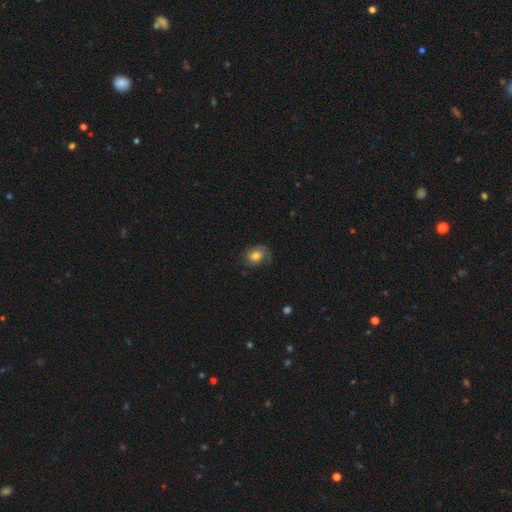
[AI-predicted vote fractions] A smooth galaxy with no disk features (62%) that is round (59%).

Vote fractions:
- Smooth or featured? smooth: 62% / featured or disk: 29% / star or artifact: 9%
- How rounded? round: 59% / in between: 40% / cigar-shaped: 1%
- Merging? none: 61% / minor disturbance: 25% / major disturbance: 13% / merger: 1%